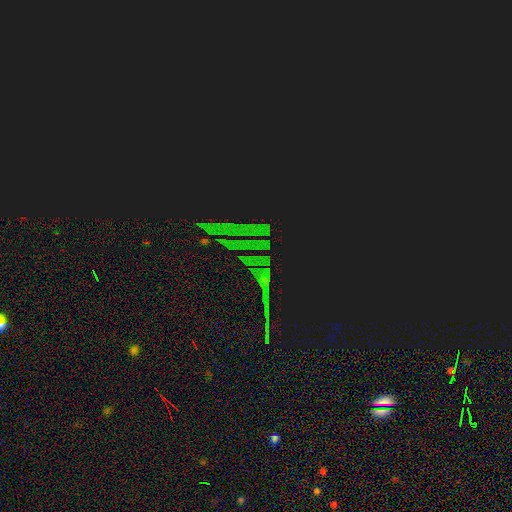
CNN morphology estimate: This is clearly a star or artifact rather than a galaxy (83%).